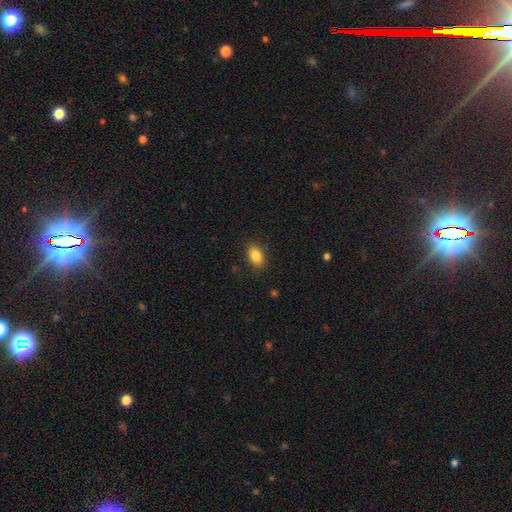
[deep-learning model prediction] Smooth or featured? Predicted: smooth (p=0.86). How rounded? Predicted: in between (p=0.87). Merging? Predicted: none (p=0.88).